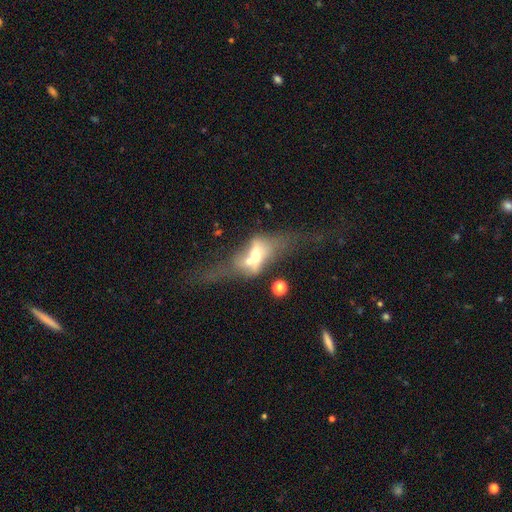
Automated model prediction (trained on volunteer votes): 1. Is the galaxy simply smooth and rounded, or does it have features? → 56% featured or disk, 35% smooth, 10% star or artifact.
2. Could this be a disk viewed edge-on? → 62% no, 38% yes.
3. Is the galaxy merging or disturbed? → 52% merger, 19% major disturbance, 18% none, 10% minor disturbance.